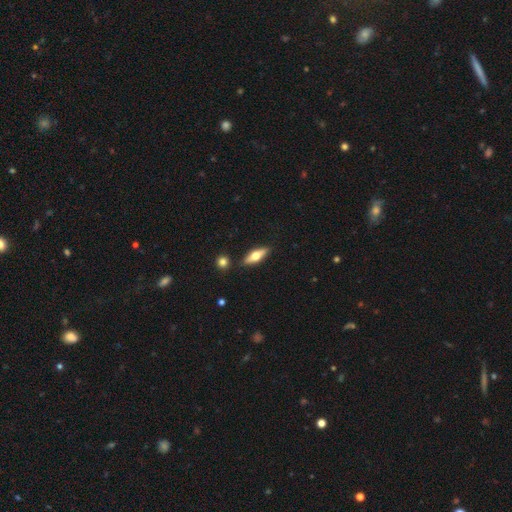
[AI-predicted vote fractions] This is possibly a featured or disk galaxy (47%, tied with smooth). Merging: clearly none (85%).